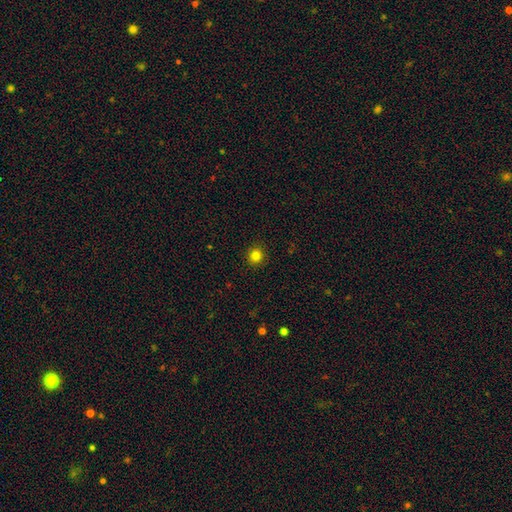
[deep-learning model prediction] A smooth galaxy with no disk features (82%) that is round (90%). Merging: none (92%).